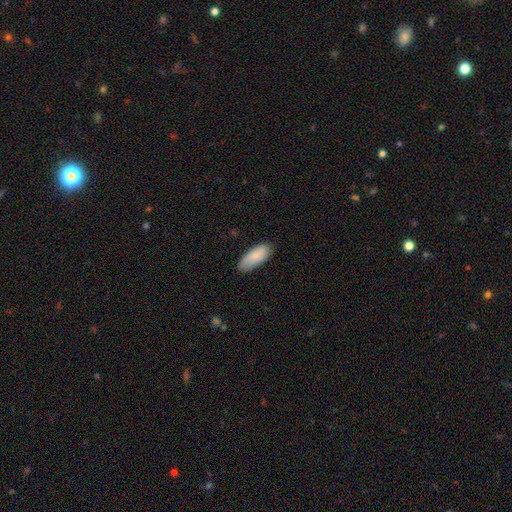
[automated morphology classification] A smooth galaxy with no disk features (81%) that is in between round and cigar-shaped (81%).

Vote fractions:
- Smooth or featured? smooth: 81% / featured or disk: 13% / star or artifact: 6%
- How rounded? in between: 81% / cigar-shaped: 17% / round: 2%
- Merging? none: 77% / minor disturbance: 19% / major disturbance: 3% / merger: 1%